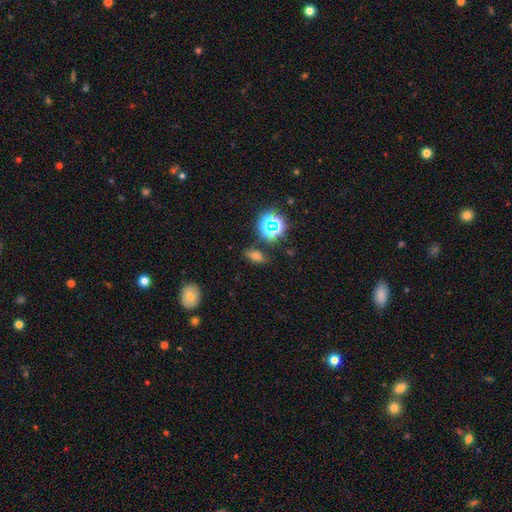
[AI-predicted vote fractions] A smooth galaxy with no disk features (60%) that is in between round and cigar-shaped (77%).

Vote fractions:
- Smooth or featured? smooth: 60% / star or artifact: 28% / featured or disk: 12%
- How rounded? in between: 77% / round: 15% / cigar-shaped: 8%
- Merging? none: 81% / minor disturbance: 11% / merger: 4% / major disturbance: 4%